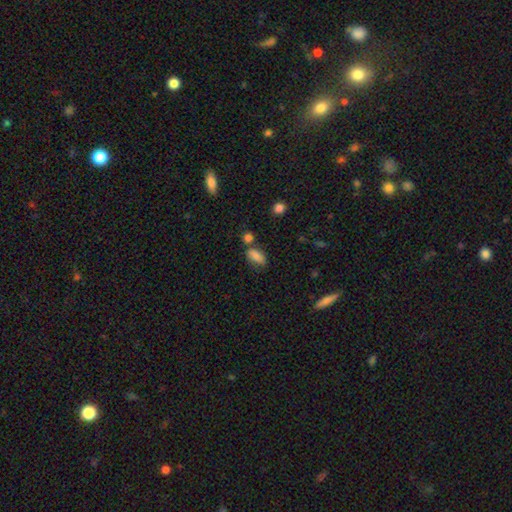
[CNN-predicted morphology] Smooth or featured? Predicted: smooth (p=0.79). How rounded? Predicted: in between (p=0.83). Merging? Predicted: none (p=0.62).